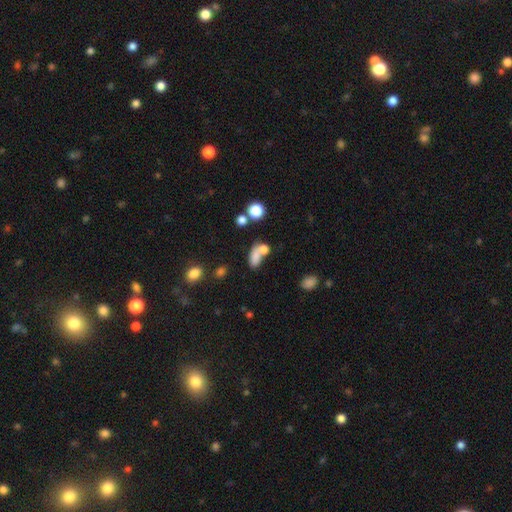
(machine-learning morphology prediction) type=smooth (75%); roundness=in between (76%); merging=merger (42%).